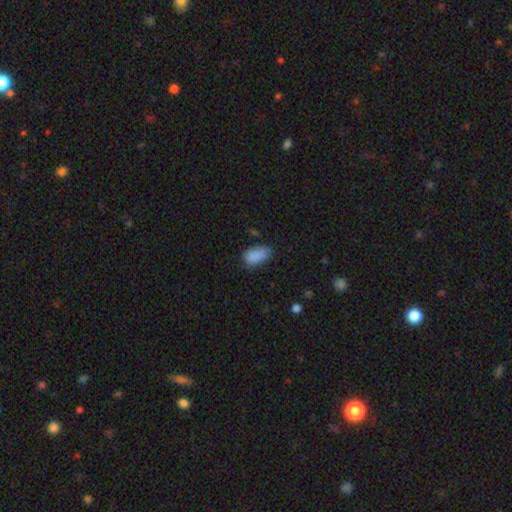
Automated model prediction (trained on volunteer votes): smooth_or_featured: smooth (p=0.87) [alt: star or artifact p=0.08]
how_rounded: in between (p=0.92) [alt: round p=0.04]
merging: none (p=0.66) [alt: minor disturbance p=0.26]